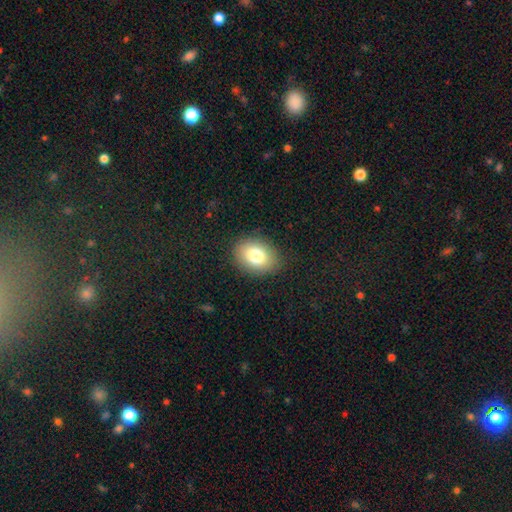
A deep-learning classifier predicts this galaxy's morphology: Smooth or featured?
  - smooth: 80% *
  - featured or disk: 11%
  - star or artifact: 9%
How rounded?
  - in between: 68% *
  - round: 31%
  - cigar-shaped: 1%
Merging?
  - none: 87% *
  - minor disturbance: 9%
  - major disturbance: 3%
  - merger: 1%